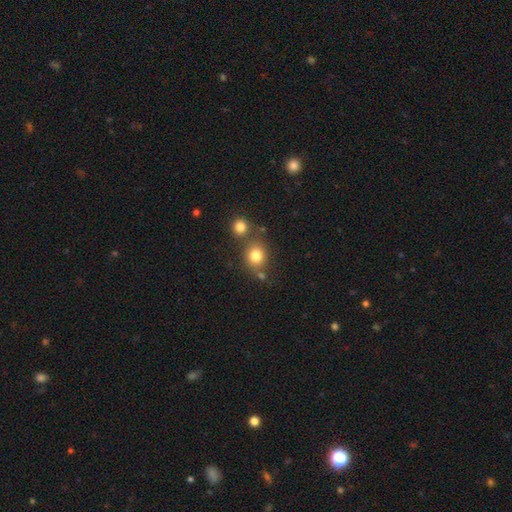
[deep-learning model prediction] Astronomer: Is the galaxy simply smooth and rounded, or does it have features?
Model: smooth — 80%.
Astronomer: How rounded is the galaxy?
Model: round — 77%.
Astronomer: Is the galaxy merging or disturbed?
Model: none — 63%.